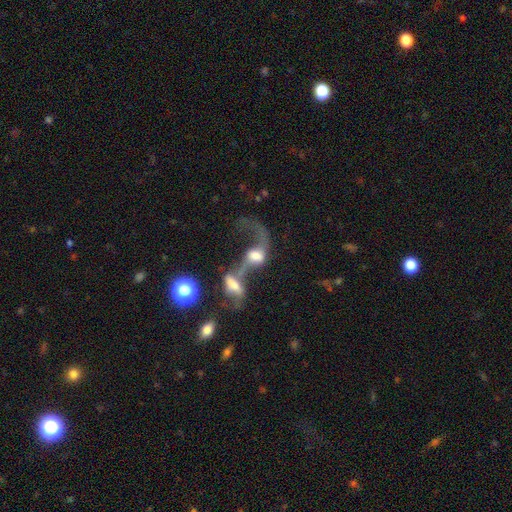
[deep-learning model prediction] smooth-or-featured: featured or disk: 60% | smooth: 29% | star or artifact: 11%
  disk-edge-on: no: 92% | yes: 8%
    bar: no: 58% | weak: 30% | strong: 13%
    has-spiral-arms: yes: 74% | no: 26%
    bulge-size: moderate: 38% | large: 34% | small: 12% | none: 9% | dominant: 7%
  merging: merger: 74% | major disturbance: 14% | none: 8% | minor disturbance: 4%